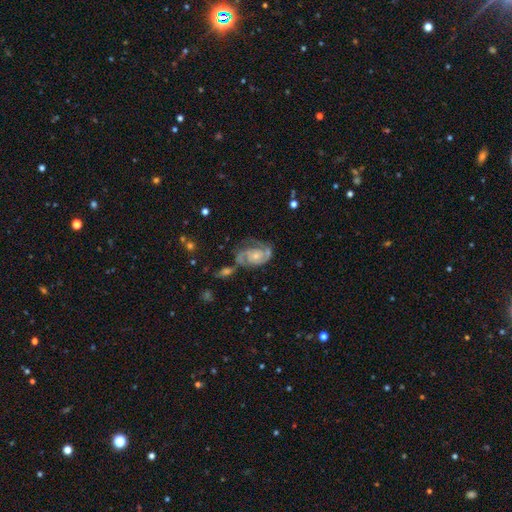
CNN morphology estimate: type=featured or disk (87%); edge-on=no (97%); bar=no (71%); spiral arms=yes (97%); winding=tight (48%); arm count=2 (75%); bulge=small (57%); merging=none (52%).